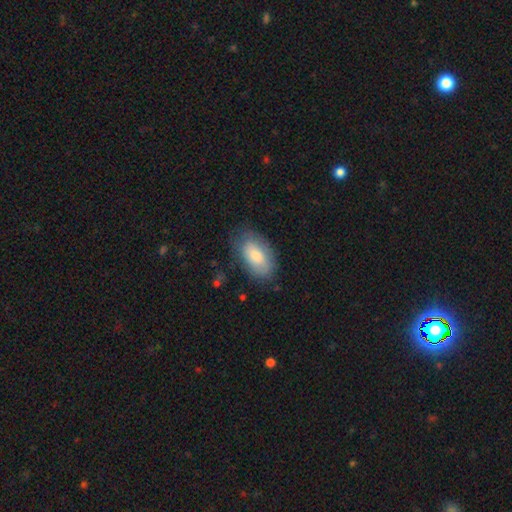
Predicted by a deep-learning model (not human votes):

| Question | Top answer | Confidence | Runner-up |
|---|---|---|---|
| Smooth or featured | smooth | 75% | featured or disk (18%) |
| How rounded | in between | 93% | round (5%) |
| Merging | none | 72% | minor disturbance (20%) |